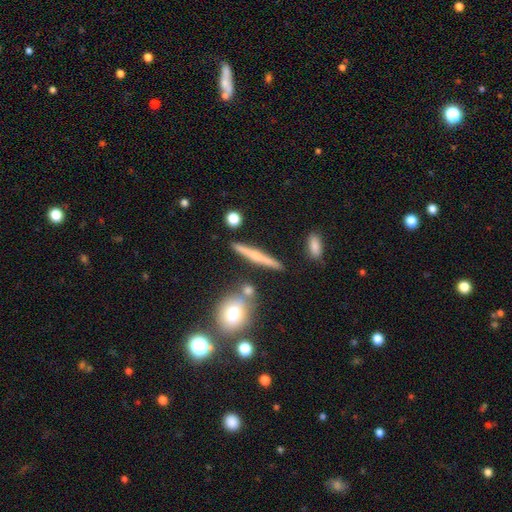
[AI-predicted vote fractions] Q: Smooth or featured?
A: featured or disk (57%); runner-up: smooth (34%)
Q: Edge-on disk?
A: yes (95%); runner-up: no (5%)
Q: Edge-on bulge?
A: rounded (62%); runner-up: none (30%)
Q: Merging?
A: none (85%); runner-up: minor disturbance (8%)